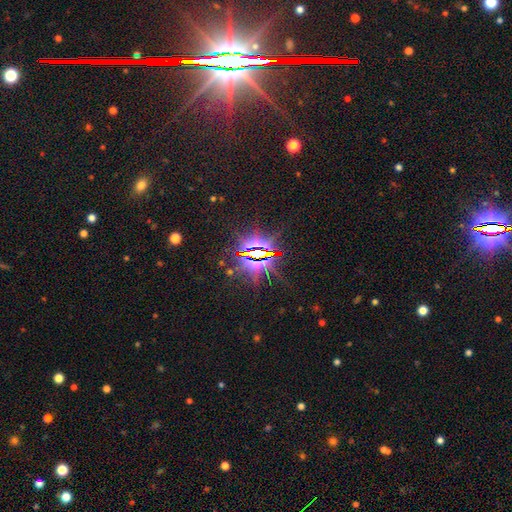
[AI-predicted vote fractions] The model was most divided on "smooth or featured": star or artifact: 84%, featured or disk: 9%, smooth: 8%.